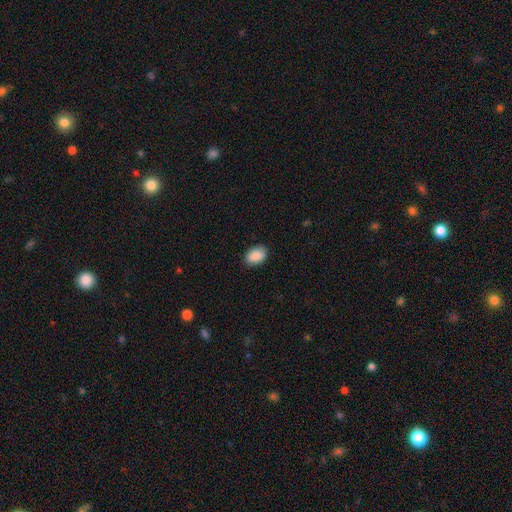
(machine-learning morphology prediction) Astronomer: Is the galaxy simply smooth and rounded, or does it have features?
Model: smooth — 90%.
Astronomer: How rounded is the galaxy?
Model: in between — 86%.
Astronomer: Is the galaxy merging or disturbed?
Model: none — 88%.